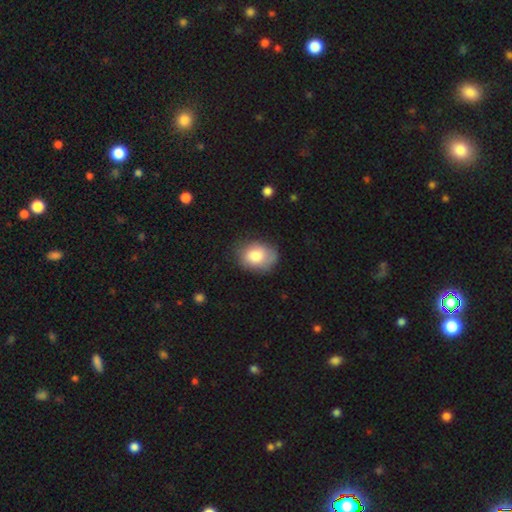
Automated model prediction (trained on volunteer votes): Smooth or featured? smooth (81%)
How rounded? in between (61%)
Merging? none (67%)